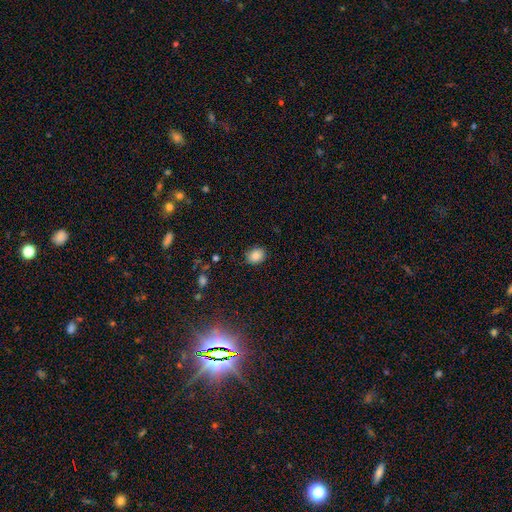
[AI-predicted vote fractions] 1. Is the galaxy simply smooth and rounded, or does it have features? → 85% smooth, 10% star or artifact, 5% featured or disk.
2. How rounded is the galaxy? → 54% round, 45% in between, 1% cigar-shaped.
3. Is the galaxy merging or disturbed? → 85% none, 11% minor disturbance, 3% major disturbance, 1% merger.